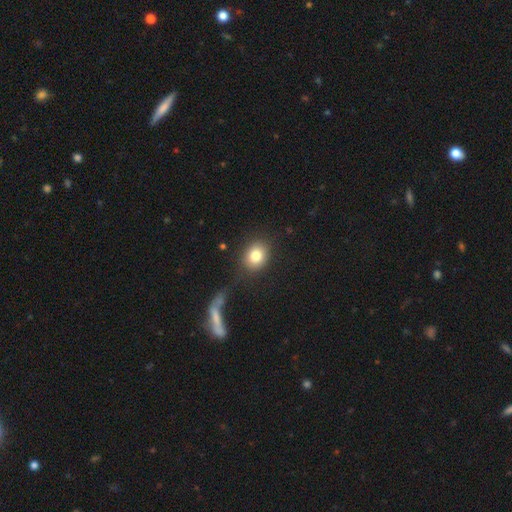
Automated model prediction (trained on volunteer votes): This appears to be a smooth galaxy with no disk features (82%) that is round (65%). Merging: none (80%).